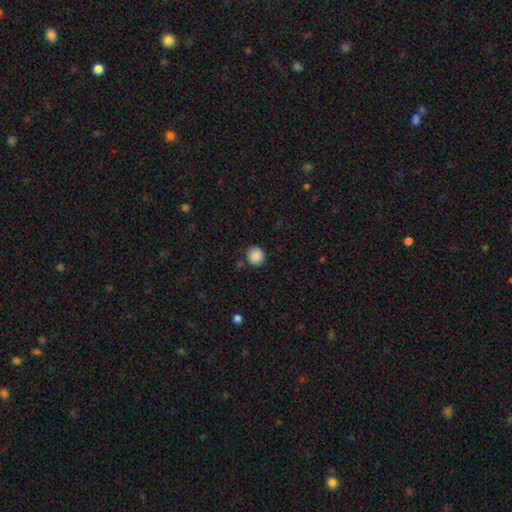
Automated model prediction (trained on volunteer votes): smooth-or-featured: smooth: 88% | star or artifact: 9% | featured or disk: 4%
  how-rounded: round: 90% | in between: 9% | cigar-shaped: 1%
  merging: none: 84% | minor disturbance: 10% | merger: 4% | major disturbance: 3%